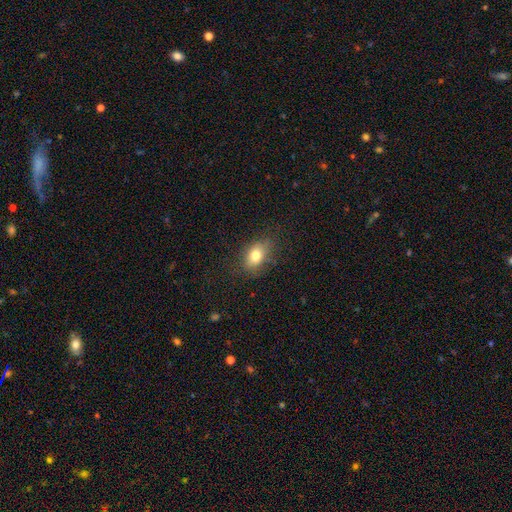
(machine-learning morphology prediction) Smooth or featured? Predicted: smooth (p=0.77). How rounded? Predicted: in between (p=0.78). Merging? Predicted: none (p=0.76).